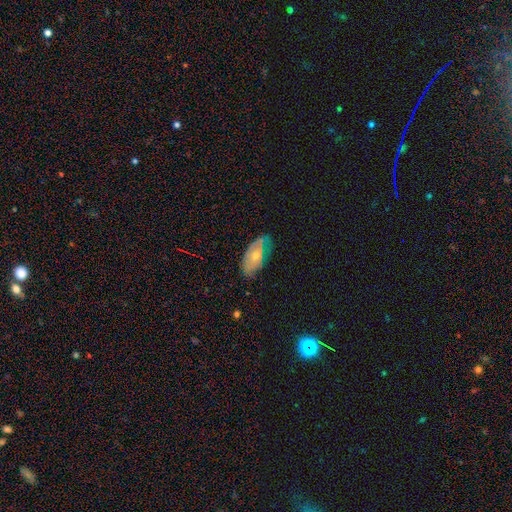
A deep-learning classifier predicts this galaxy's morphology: Smooth or featured?
  - featured or disk: 57% *
  - smooth: 33%
  - star or artifact: 10%
Edge-on disk?
  - no: 84% *
  - yes: 16%
Merging?
  - none: 70% *
  - minor disturbance: 23%
  - major disturbance: 6%
  - merger: 1%